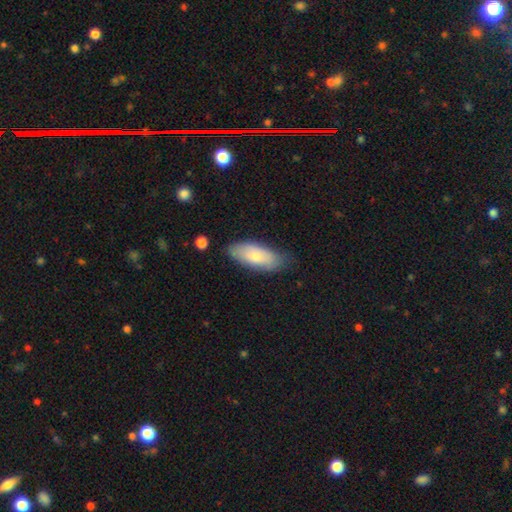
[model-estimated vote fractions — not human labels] Smooth or featured? Predicted: smooth (p=0.74). How rounded? Predicted: in between (p=0.83). Merging? Predicted: none (p=0.72).